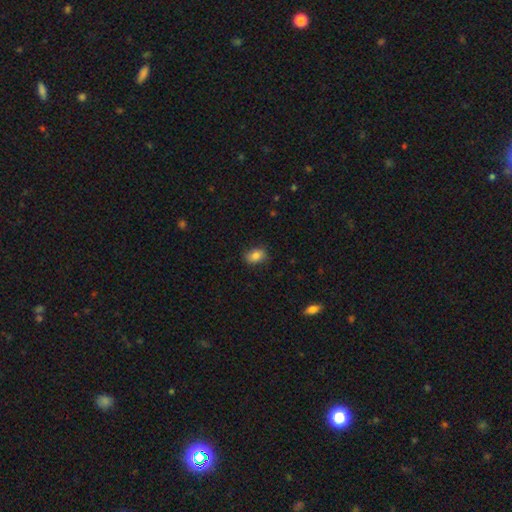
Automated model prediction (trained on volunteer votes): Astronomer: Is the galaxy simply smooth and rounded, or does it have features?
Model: smooth — 83%.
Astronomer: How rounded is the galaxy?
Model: in between — 78%.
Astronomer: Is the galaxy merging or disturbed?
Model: none — 83%.